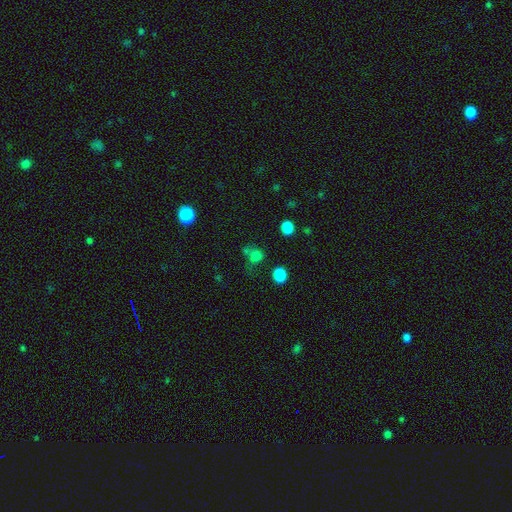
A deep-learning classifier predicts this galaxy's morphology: A smooth galaxy with no disk features (74%) that is round (73%).

Vote fractions:
- Smooth or featured? smooth: 74% / star or artifact: 19% / featured or disk: 7%
- How rounded? round: 73% / in between: 25% / cigar-shaped: 1%
- Merging? none: 55% / merger: 21% / minor disturbance: 15% / major disturbance: 9%